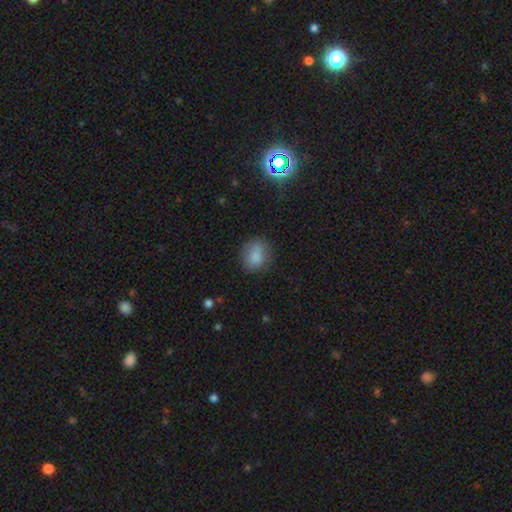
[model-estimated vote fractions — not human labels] smooth-or-featured: smooth: 84% | star or artifact: 9% | featured or disk: 7%
  how-rounded: in between: 55% | round: 44% | cigar-shaped: 1%
  merging: none: 75% | minor disturbance: 18% | major disturbance: 5% | merger: 2%